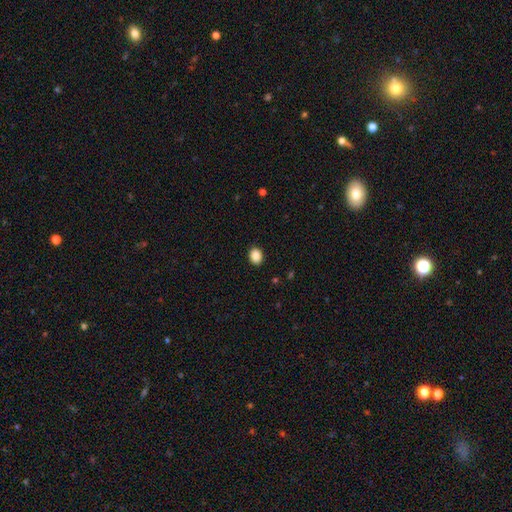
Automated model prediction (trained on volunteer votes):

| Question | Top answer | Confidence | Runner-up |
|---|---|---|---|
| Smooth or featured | smooth | 88% | star or artifact (8%) |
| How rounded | in between | 59% | round (40%) |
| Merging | none | 90% | minor disturbance (7%) |